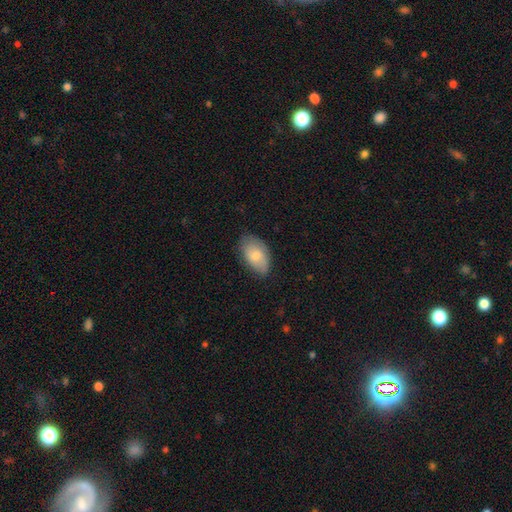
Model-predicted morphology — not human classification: Smooth or featured? smooth (75%)
How rounded? in between (93%)
Merging? none (74%)